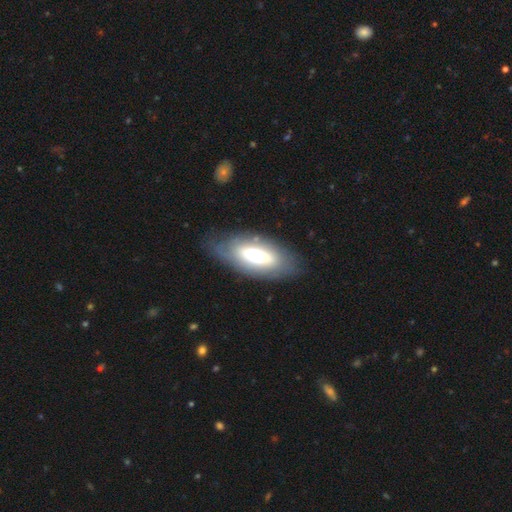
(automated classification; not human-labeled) This appears to be a smooth galaxy with no disk features (54%) that is in between round and cigar-shaped (87%). Merging: none (72%).